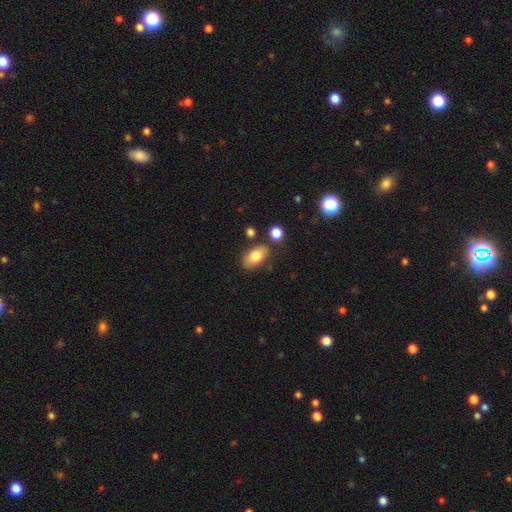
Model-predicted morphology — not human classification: A smooth galaxy with no disk features (79%) that is in between round and cigar-shaped (91%). Merging: none (77%).